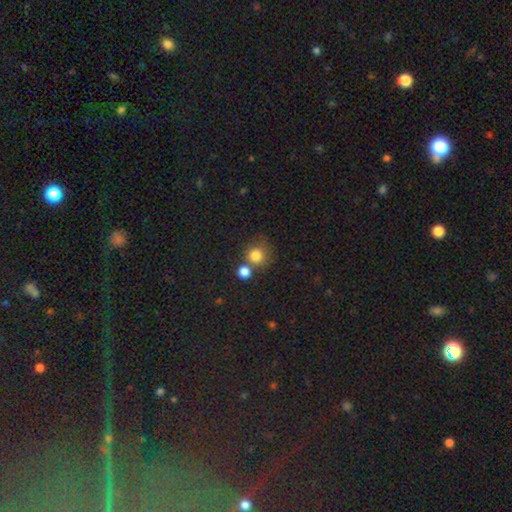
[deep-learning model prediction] smooth-or-featured: smooth: 81% | star or artifact: 12% | featured or disk: 7%
  how-rounded: round: 90% | in between: 9% | cigar-shaped: 1%
  merging: none: 57% | merger: 28% | minor disturbance: 10% | major disturbance: 5%